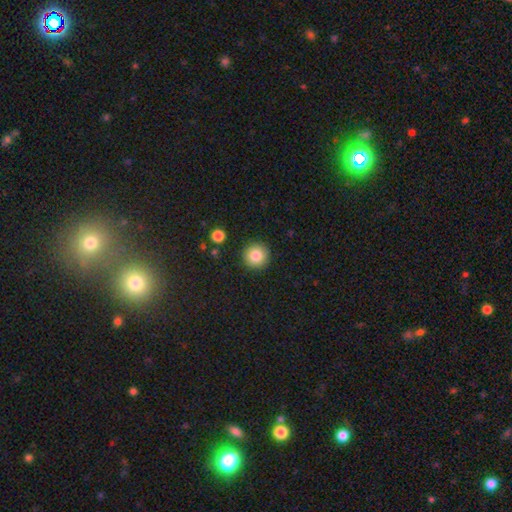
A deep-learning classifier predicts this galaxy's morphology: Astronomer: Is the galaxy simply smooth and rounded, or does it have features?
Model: smooth — 83%.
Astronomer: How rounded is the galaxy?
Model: round — 96%.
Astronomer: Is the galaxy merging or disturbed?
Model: none — 92%.